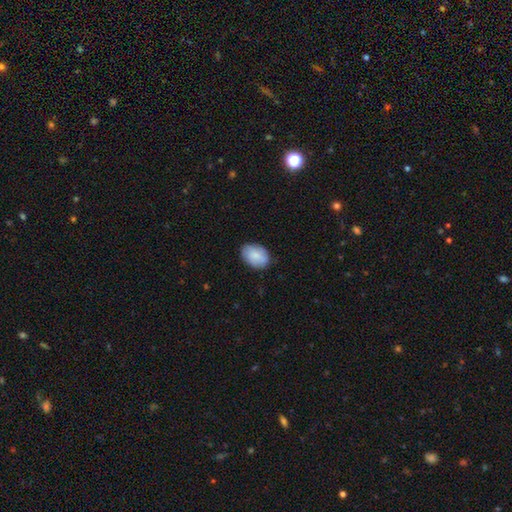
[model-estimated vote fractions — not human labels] This appears to be a smooth galaxy with no disk features (82%) that is in between round and cigar-shaped (83%). Merging: none (81%).